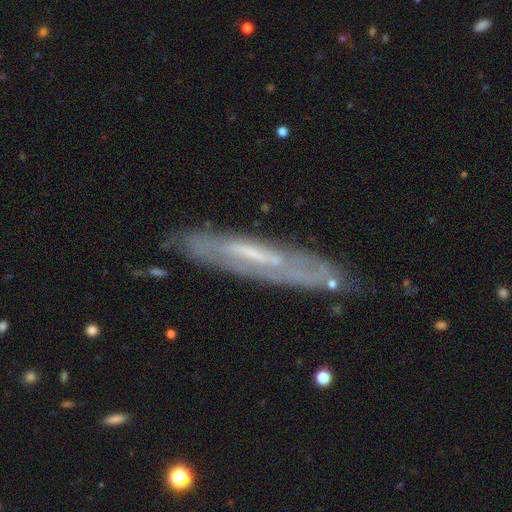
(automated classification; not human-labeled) The model was most divided on "edge-on disk": yes: 57%, no: 43%. More confident: merging — none (75%); smooth or featured — featured or disk (70%).